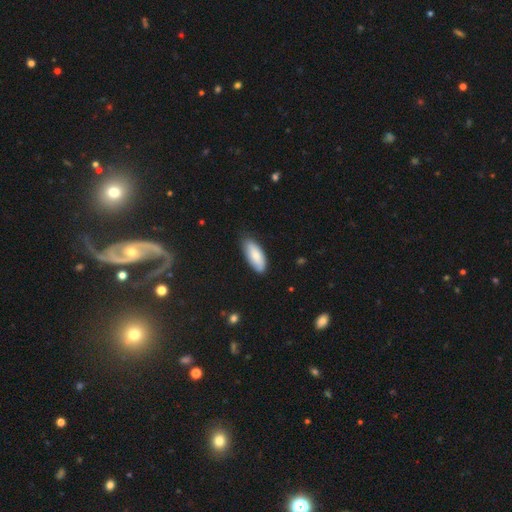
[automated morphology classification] smooth-or-featured: smooth: 79% | featured or disk: 16% | star or artifact: 6%
  how-rounded: in between: 83% | cigar-shaped: 15% | round: 2%
  merging: none: 77% | minor disturbance: 19% | major disturbance: 3% | merger: 1%